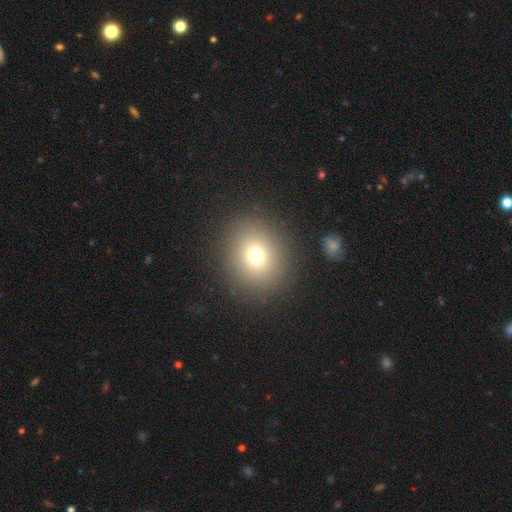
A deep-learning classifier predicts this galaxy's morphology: type=smooth (73%); roundness=round (78%); merging=none (88%).